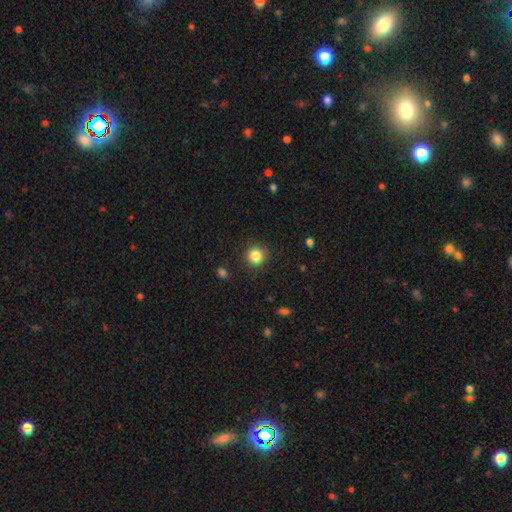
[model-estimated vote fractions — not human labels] Smooth or featured? Predicted: smooth (p=0.84). How rounded? Predicted: round (p=0.93). Merging? Predicted: none (p=0.89).